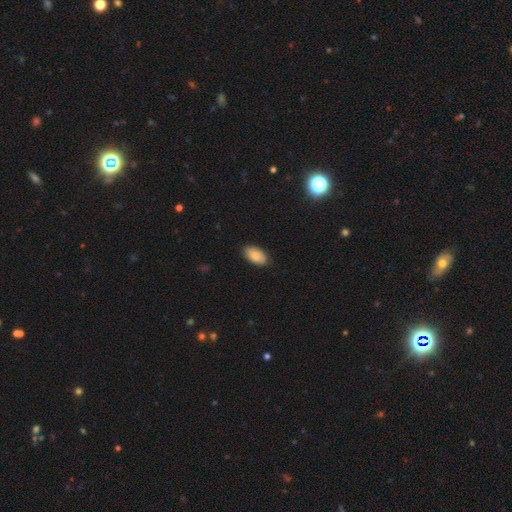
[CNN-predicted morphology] type=smooth (83%); roundness=in between (94%); merging=none (85%).